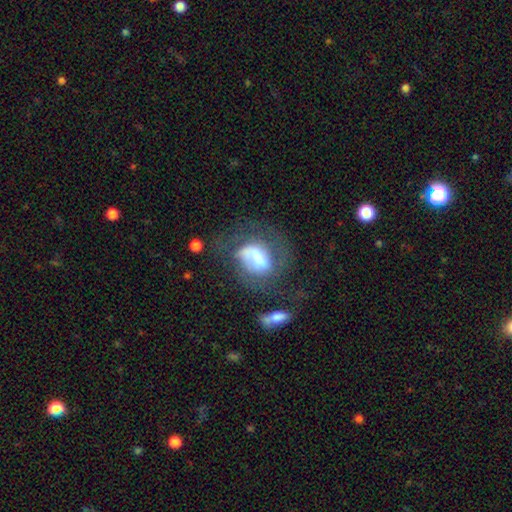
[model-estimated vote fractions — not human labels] Morphology: type=featured or disk (55%); edge-on=no (96%); bar=no (40%, tied with weak); spiral arms=yes (69%); bulge=moderate (33%); merging=none (42%).